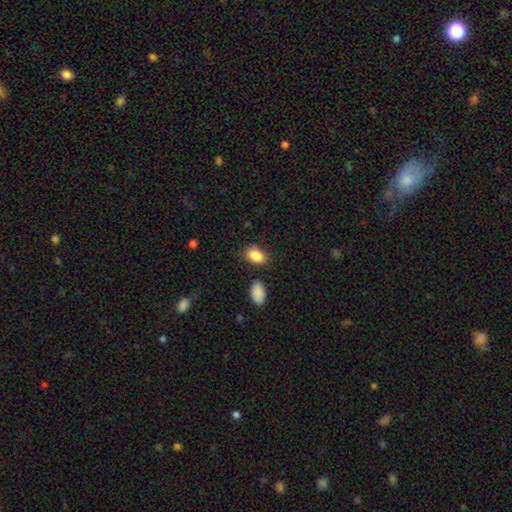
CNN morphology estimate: A smooth galaxy with no disk features (87%) that is in between round and cigar-shaped (83%).

Vote fractions:
- Smooth or featured? smooth: 87% / star or artifact: 8% / featured or disk: 5%
- How rounded? in between: 83% / round: 16% / cigar-shaped: 1%
- Merging? none: 78% / minor disturbance: 14% / merger: 5% / major disturbance: 4%